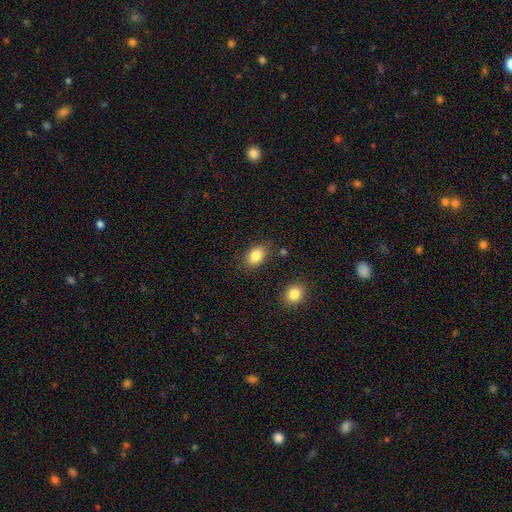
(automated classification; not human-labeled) Smooth or featured? smooth (85%)
How rounded? in between (85%)
Merging? none (81%)